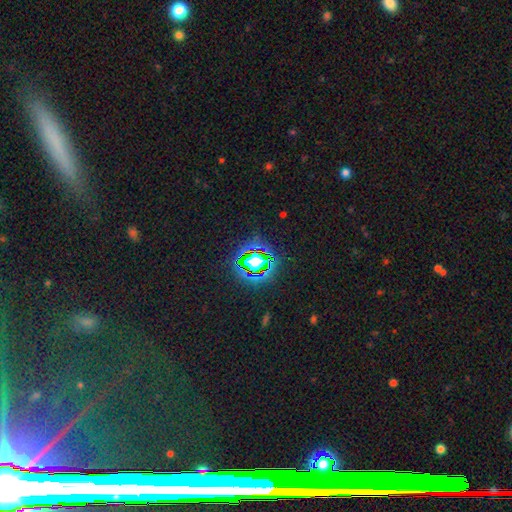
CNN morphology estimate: star or artifact 68%, smooth 18%, featured or disk 15%.